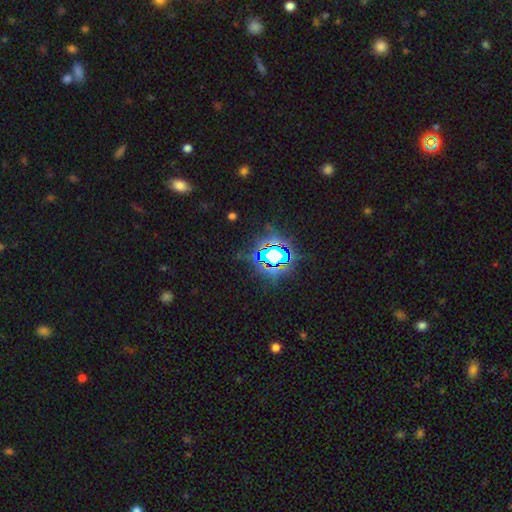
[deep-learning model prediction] Overall: star or artifact (77%).